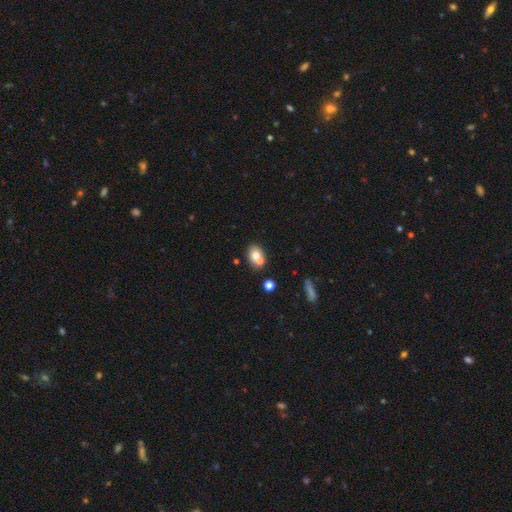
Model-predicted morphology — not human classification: A smooth galaxy with no disk features (69%) that is in between round and cigar-shaped (58%).

Vote fractions:
- Smooth or featured? smooth: 69% / featured or disk: 19% / star or artifact: 11%
- How rounded? in between: 58% / round: 40% / cigar-shaped: 2%
- Merging? none: 48% / merger: 39% / minor disturbance: 10% / major disturbance: 3%